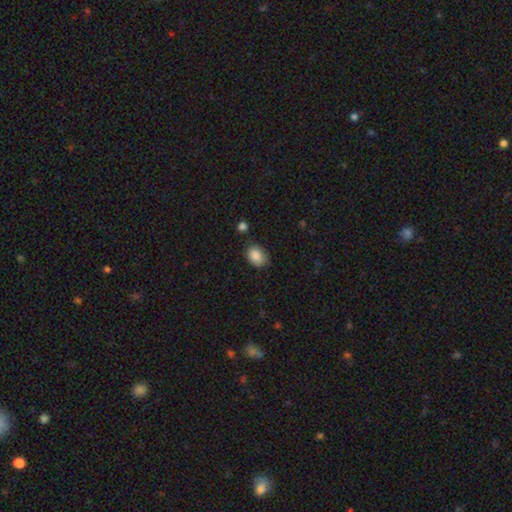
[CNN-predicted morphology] smooth 87%, star or artifact 8%, featured or disk 5%. Down the decision tree: how rounded — in between (73%); merging — none (77%).